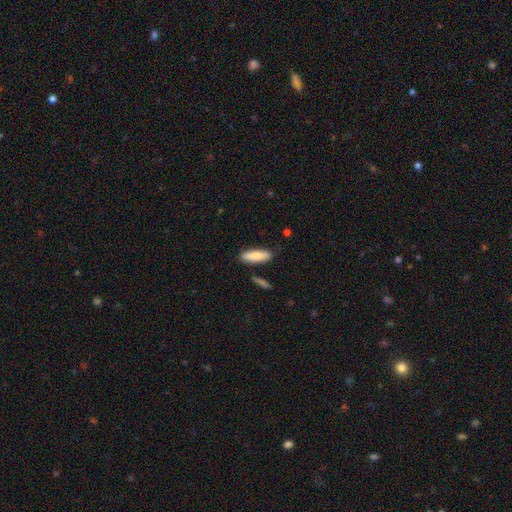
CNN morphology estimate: A smooth galaxy with no disk features (83%) that is cigar-shaped (55%). Merging: none (86%).